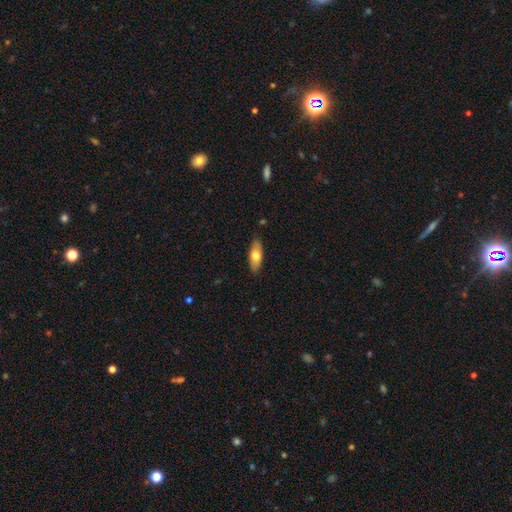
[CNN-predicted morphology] Smooth or featured? Predicted: smooth (p=0.69). How rounded? Predicted: in between (p=0.72). Merging? Predicted: none (p=0.85).